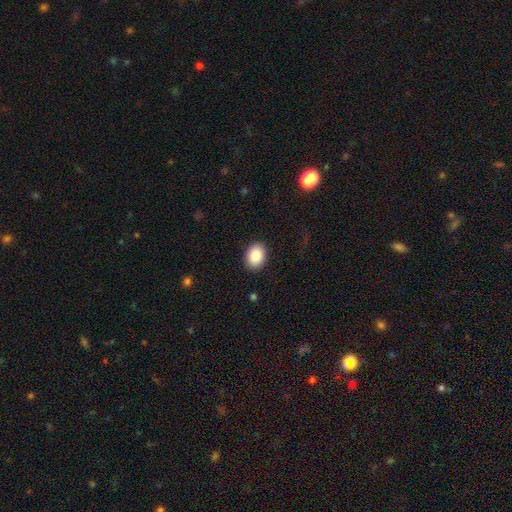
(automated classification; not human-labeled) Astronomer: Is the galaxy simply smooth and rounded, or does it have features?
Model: smooth — 89%.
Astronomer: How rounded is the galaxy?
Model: in between — 74%.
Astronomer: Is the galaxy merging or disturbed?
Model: none — 89%.